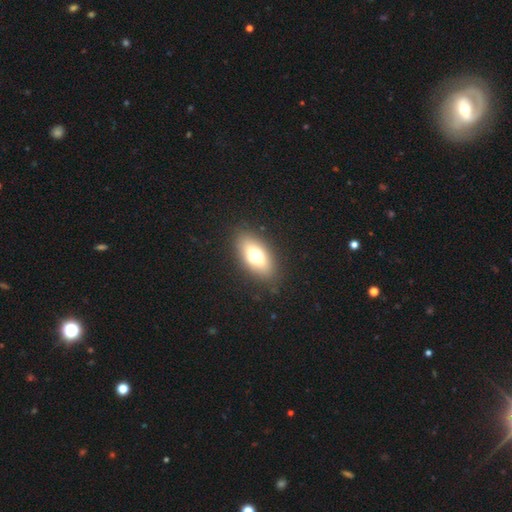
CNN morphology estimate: Smooth or featured?
  - smooth: 68% *
  - featured or disk: 23%
  - star or artifact: 9%
How rounded?
  - in between: 85% *
  - cigar-shaped: 10%
  - round: 5%
Merging?
  - none: 85% *
  - minor disturbance: 10%
  - major disturbance: 3%
  - merger: 1%